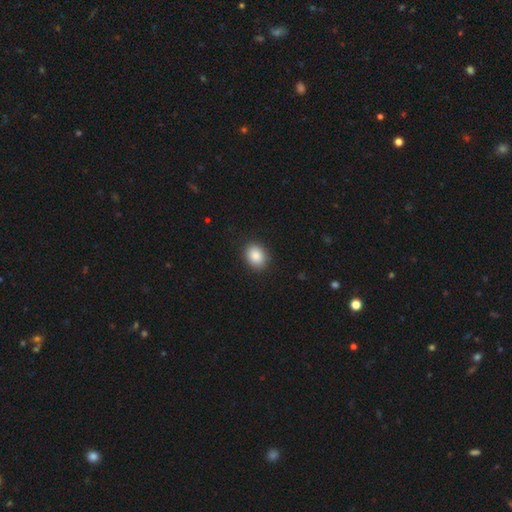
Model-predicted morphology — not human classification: Overall: smooth (88%). How rounded: in between (56%; round 43%). Merging: none (89%).